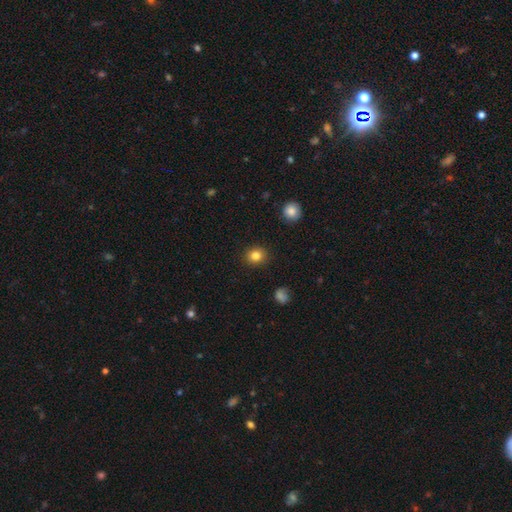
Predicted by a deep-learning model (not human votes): Overall: smooth (83%). How rounded: round (77%). Merging: none (90%).